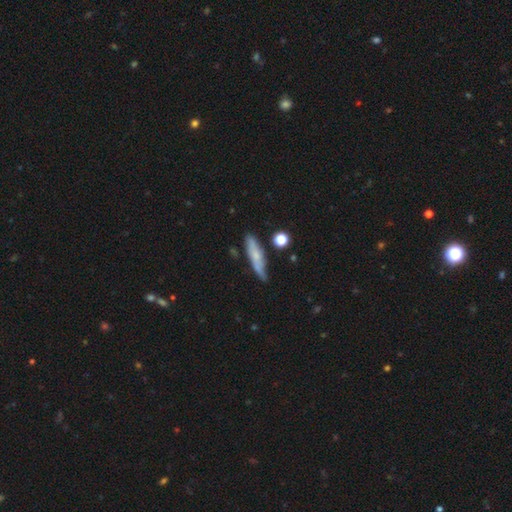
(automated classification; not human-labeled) A smooth galaxy with no disk features (57%) that is cigar-shaped (77%). Merging: none (67%).